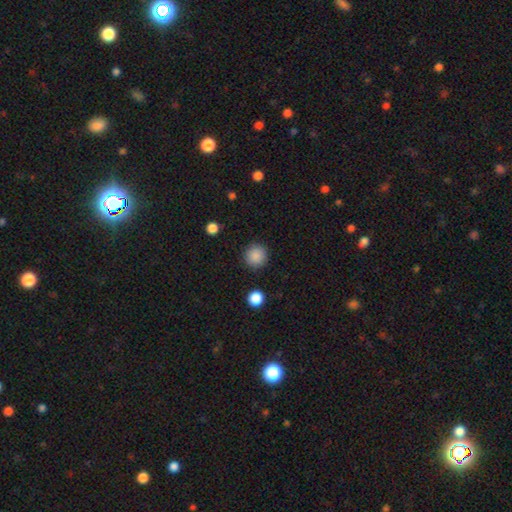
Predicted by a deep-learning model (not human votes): Q: Smooth or featured?
A: smooth (88%); runner-up: star or artifact (9%)
Q: How rounded?
A: round (94%); runner-up: in between (5%)
Q: Merging?
A: none (91%); runner-up: minor disturbance (6%)